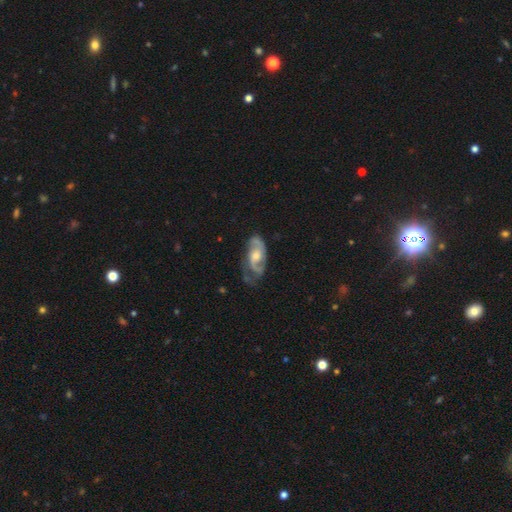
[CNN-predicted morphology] This appears to be a featured or disk galaxy (82%) with no bar (62%), 2 (79%) medium (48%) spiral arms (93%) and a moderate central bulge (63%). Merging: none (61%).